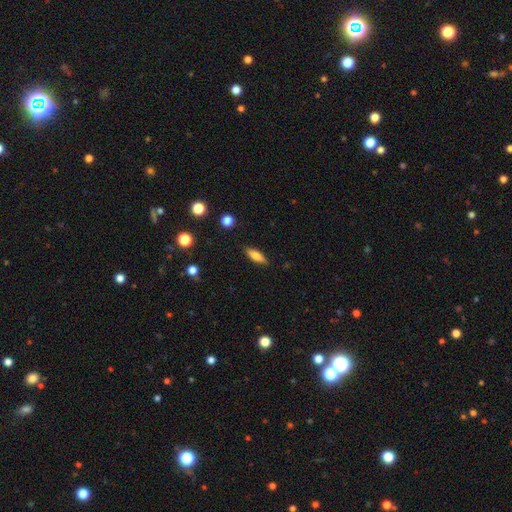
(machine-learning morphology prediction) Q: Smooth or featured?
A: smooth (69%); runner-up: featured or disk (24%)
Q: How rounded?
A: in between (53%); runner-up: cigar-shaped (45%)
Q: Merging?
A: none (88%); runner-up: minor disturbance (9%)